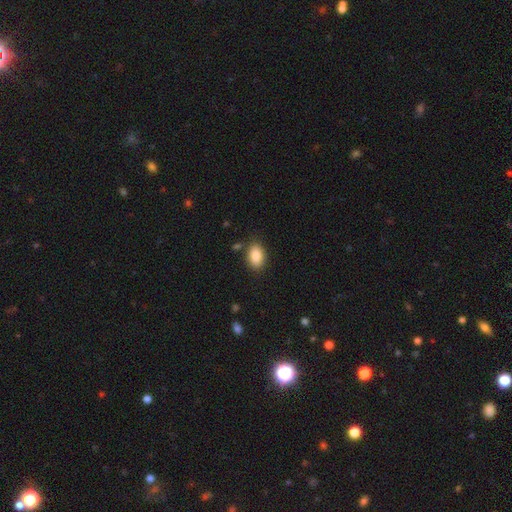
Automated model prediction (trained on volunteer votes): Morphology: type=smooth (87%); roundness=in between (88%); merging=none (83%).